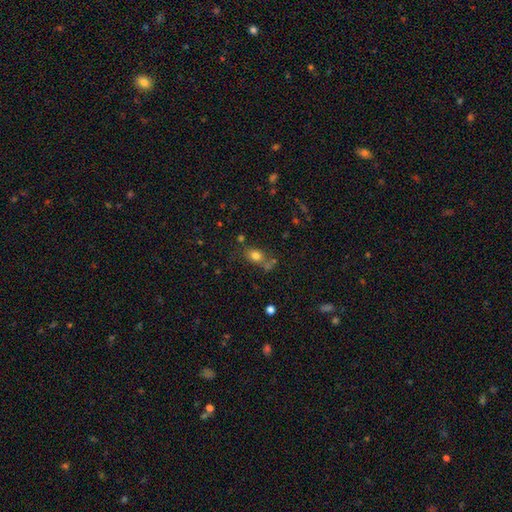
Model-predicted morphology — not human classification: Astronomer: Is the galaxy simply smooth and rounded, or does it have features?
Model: smooth — 77%.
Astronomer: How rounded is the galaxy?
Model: in between — 62%.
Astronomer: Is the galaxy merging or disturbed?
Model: none — 58%.